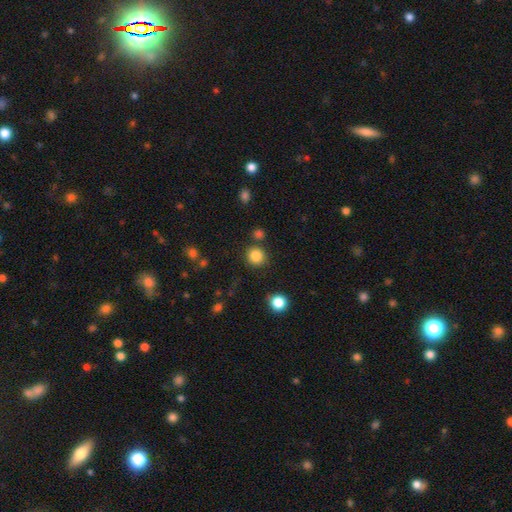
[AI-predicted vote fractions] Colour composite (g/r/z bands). It shows a smooth galaxy with no disk features (85%) that is round (92%). Merging: none (84%).